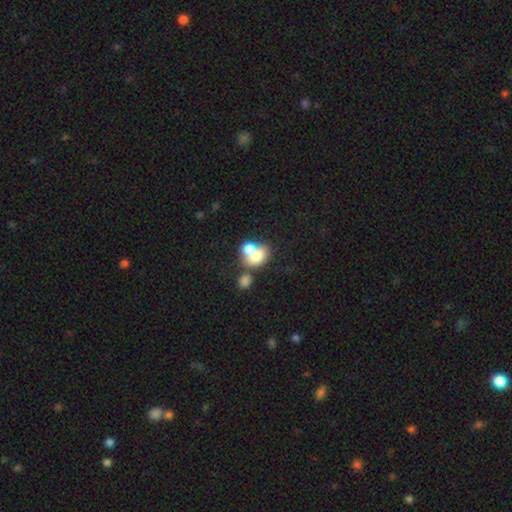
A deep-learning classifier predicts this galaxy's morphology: This appears to be a smooth galaxy with no disk features (70%) that is in between round and cigar-shaped (60%). Merging: merger (61%).